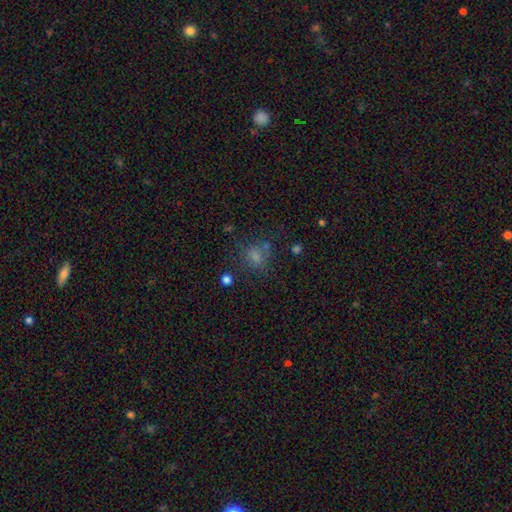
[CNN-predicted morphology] Smooth or featured? smooth (54%)
How rounded? round (70%)
Merging? none (68%)